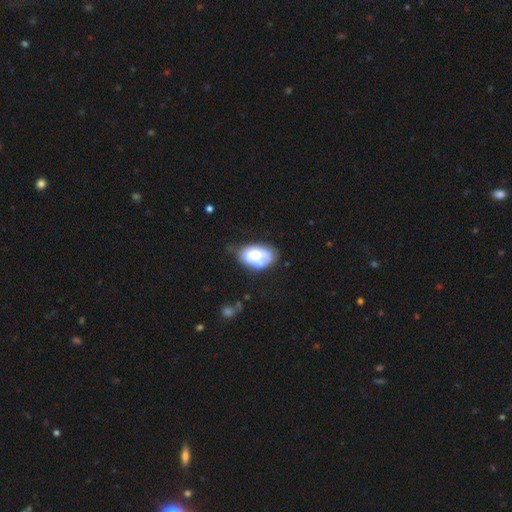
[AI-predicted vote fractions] smooth 50%, featured or disk 43%, star or artifact 7%. Down the decision tree: merging — none (40%).